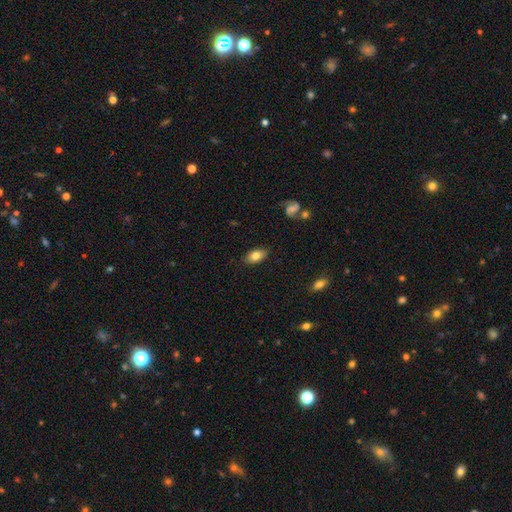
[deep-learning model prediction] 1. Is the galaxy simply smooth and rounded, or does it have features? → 79% smooth, 14% featured or disk, 8% star or artifact.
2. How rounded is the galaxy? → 90% in between, 7% round, 3% cigar-shaped.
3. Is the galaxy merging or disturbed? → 84% none, 12% minor disturbance, 2% major disturbance, 1% merger.